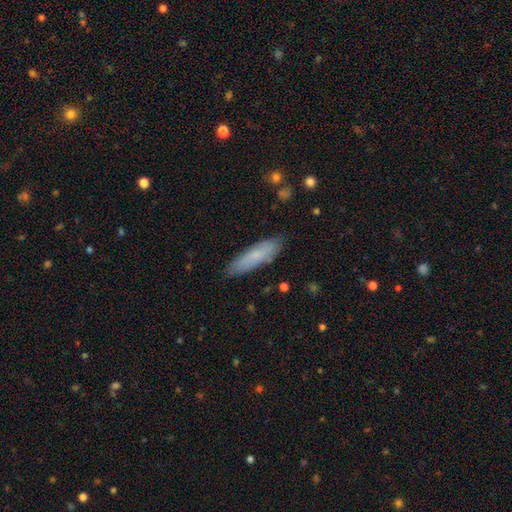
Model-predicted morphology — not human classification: type=smooth (76%); roundness=cigar-shaped (67%); merging=none (85%).